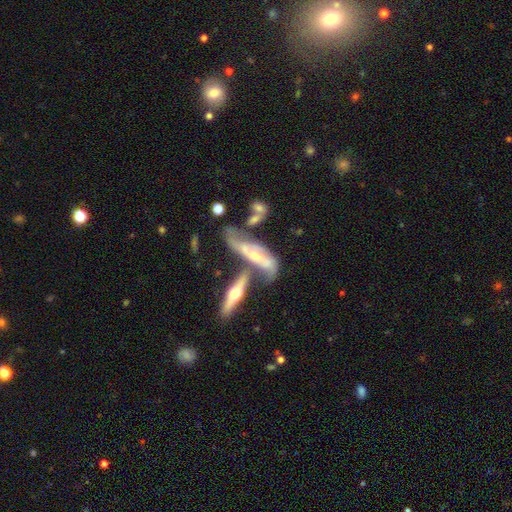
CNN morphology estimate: smooth_or_featured: featured or disk (p=0.74) [alt: smooth p=0.19]
disk_edge_on: no (p=0.60) [alt: yes p=0.40]
merging: merger (p=0.45) [alt: none p=0.26]